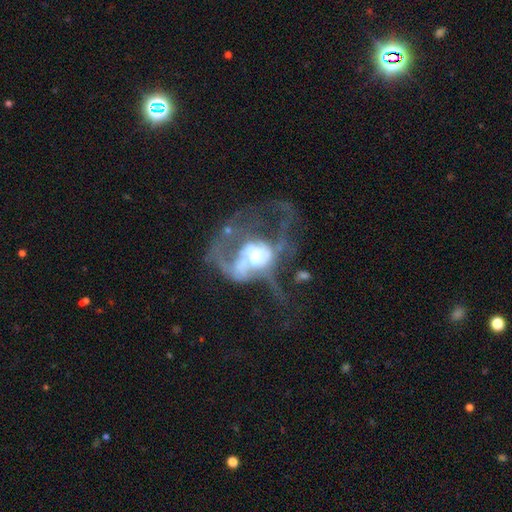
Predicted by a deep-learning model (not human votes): Smooth or featured: featured or disk — 76% (smooth — 14%)
Edge-on disk: no — 97% (yes — 3%)
Bar: no — 69% (weak — 24%)
Spiral arms: yes — 65% (no — 35%)
Bulge size: moderate — 52% (large — 22%)
Merging: major disturbance — 53% (merger — 24%)